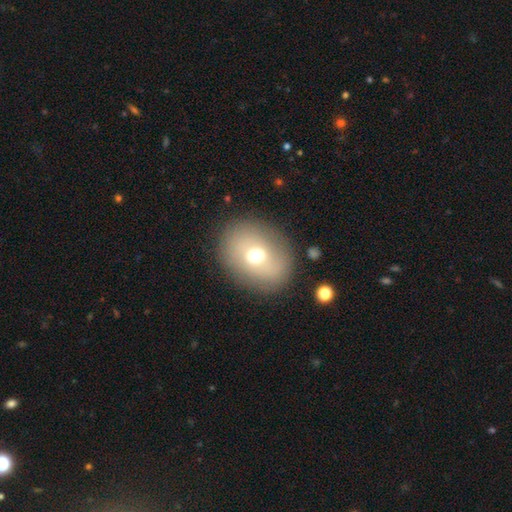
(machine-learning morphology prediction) This appears to be a smooth galaxy with no disk features (60%) that is round (50%). Merging: none (85%).